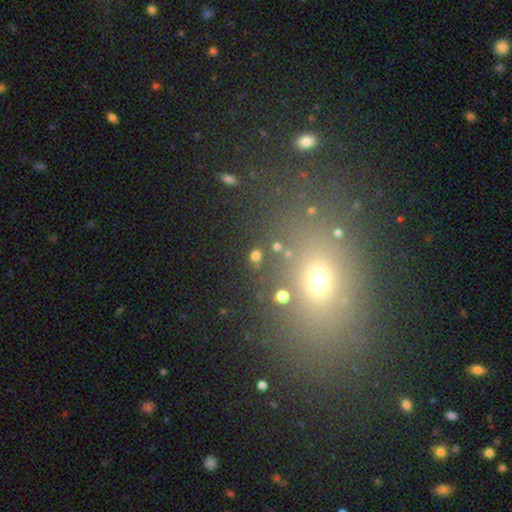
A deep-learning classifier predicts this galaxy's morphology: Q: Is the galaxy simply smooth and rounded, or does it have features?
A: smooth — 67%.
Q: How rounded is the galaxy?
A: round — 59%.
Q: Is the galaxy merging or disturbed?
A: none — 80%.